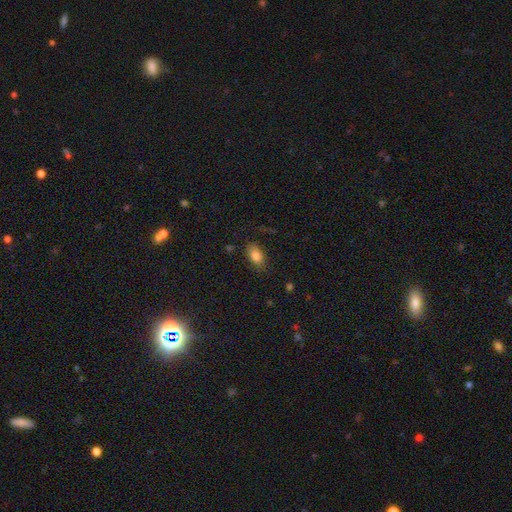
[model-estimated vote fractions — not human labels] The model was most divided on "merging": none: 79%, minor disturbance: 15%, major disturbance: 4%, merger: 2%. More confident: how rounded — in between (88%); smooth or featured — smooth (83%).